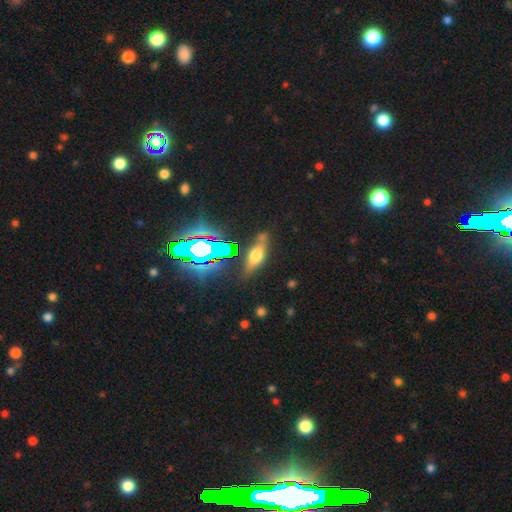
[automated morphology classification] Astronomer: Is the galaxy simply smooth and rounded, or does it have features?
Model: smooth — 46% (runner-up: featured or disk, 34%).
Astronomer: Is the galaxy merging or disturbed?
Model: none — 69%.